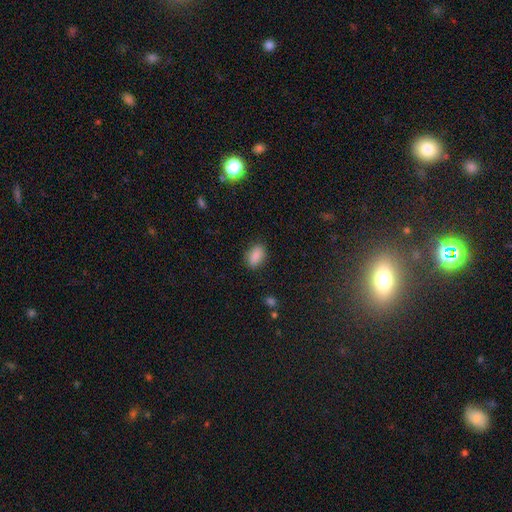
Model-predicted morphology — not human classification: smooth 88%, star or artifact 9%, featured or disk 4%. Down the decision tree: how rounded — in between (88%); merging — none (85%).